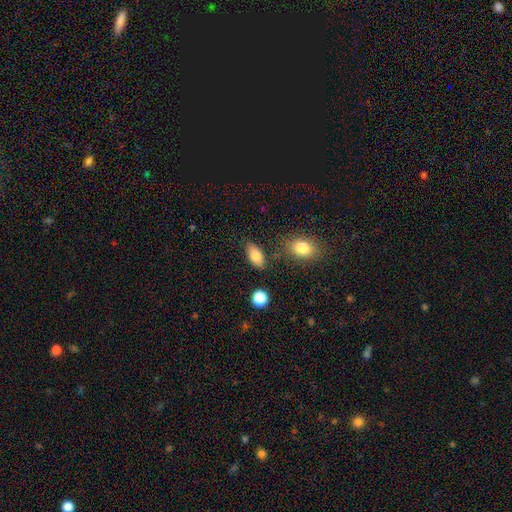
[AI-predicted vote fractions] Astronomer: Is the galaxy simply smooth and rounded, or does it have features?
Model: smooth — 82%.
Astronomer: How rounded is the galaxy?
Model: in between — 90%.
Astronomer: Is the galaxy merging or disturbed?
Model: none — 78%.